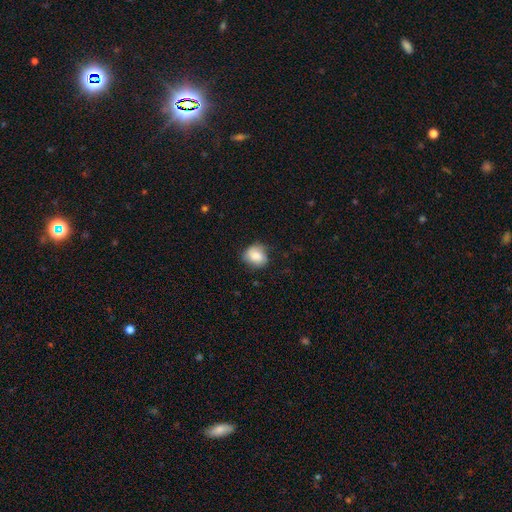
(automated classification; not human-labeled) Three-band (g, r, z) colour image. It shows a smooth galaxy with no disk features (80%) that is round (66%). Merging: none (68%).